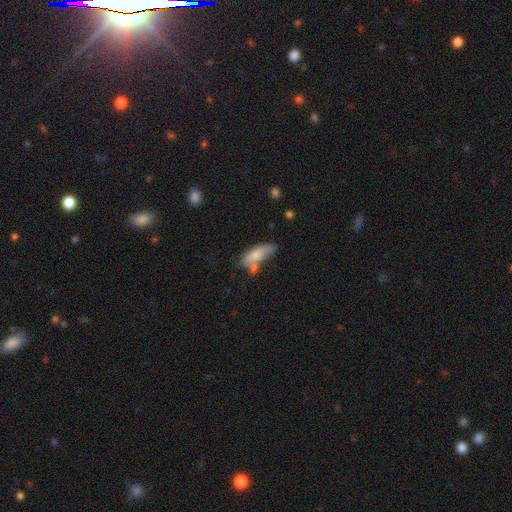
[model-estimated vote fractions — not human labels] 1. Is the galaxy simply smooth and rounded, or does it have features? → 74% smooth, 19% featured or disk, 8% star or artifact.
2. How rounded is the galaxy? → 68% in between, 29% cigar-shaped, 3% round.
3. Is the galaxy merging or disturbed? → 41% none, 26% minor disturbance, 20% merger, 12% major disturbance.